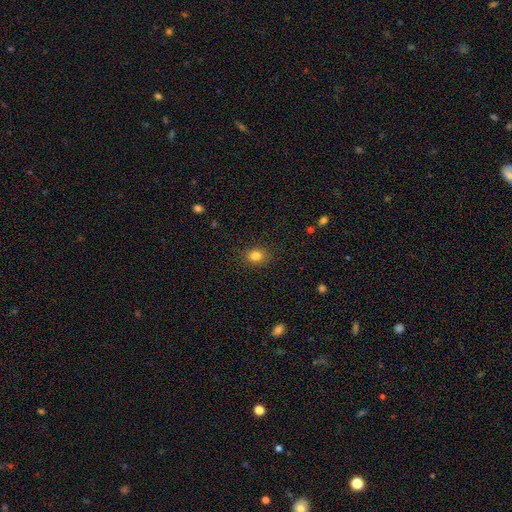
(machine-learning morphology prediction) Smooth or featured? Predicted: smooth (p=0.82). How rounded? Predicted: round (p=0.59). Merging? Predicted: none (p=0.87).